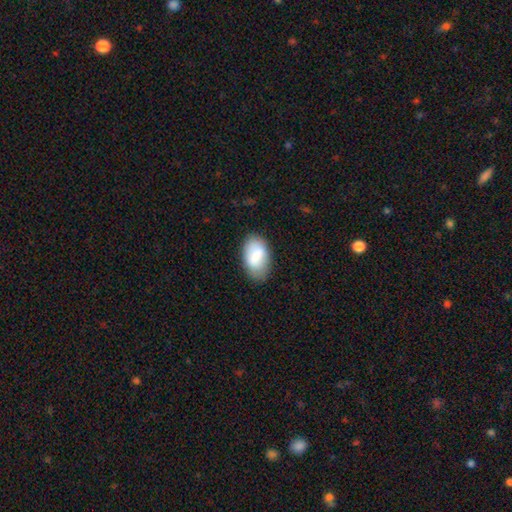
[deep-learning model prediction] Overall: smooth (80%). How rounded: in between (93%). Merging: none (77%).